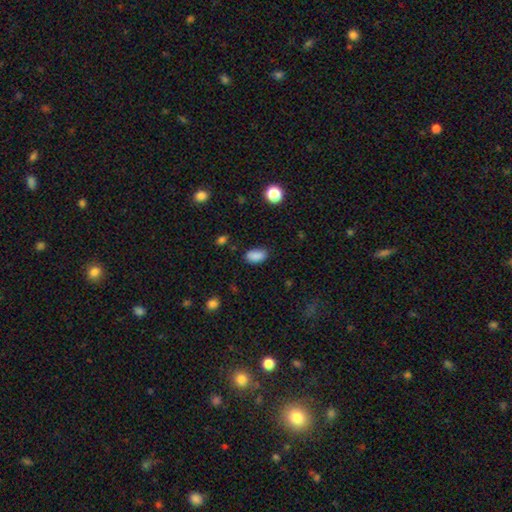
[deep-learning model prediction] Smooth or featured? smooth (87%)
How rounded? in between (91%)
Merging? none (81%)